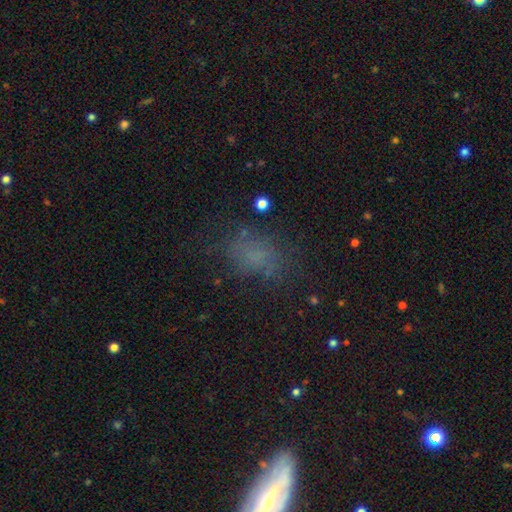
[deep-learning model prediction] Overall: smooth (63%; star or artifact 24%). How rounded: in between (68%; round 30%). Merging: none (65%).